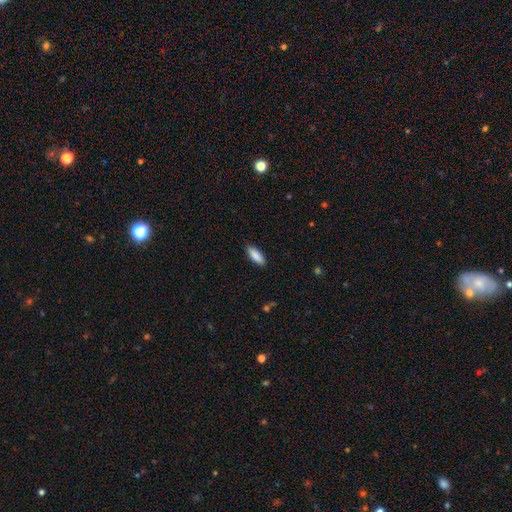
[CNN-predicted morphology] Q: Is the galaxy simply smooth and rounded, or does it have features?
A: smooth — 89%.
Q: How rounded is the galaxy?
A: in between — 69%.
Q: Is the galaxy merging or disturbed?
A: none — 88%.